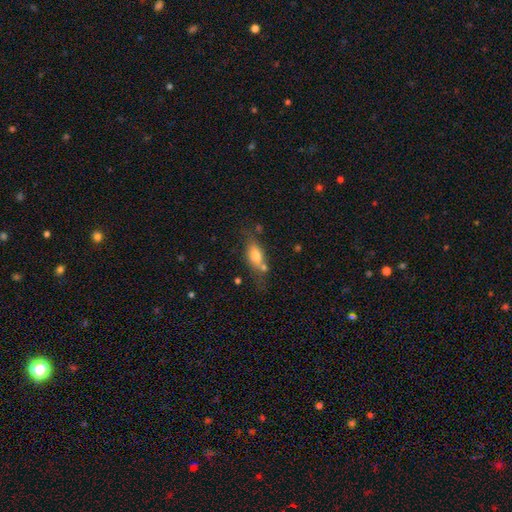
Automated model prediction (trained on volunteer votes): Smooth or featured? Predicted: smooth (p=0.66). How rounded? Predicted: in between (p=0.77). Merging? Predicted: none (p=0.52).